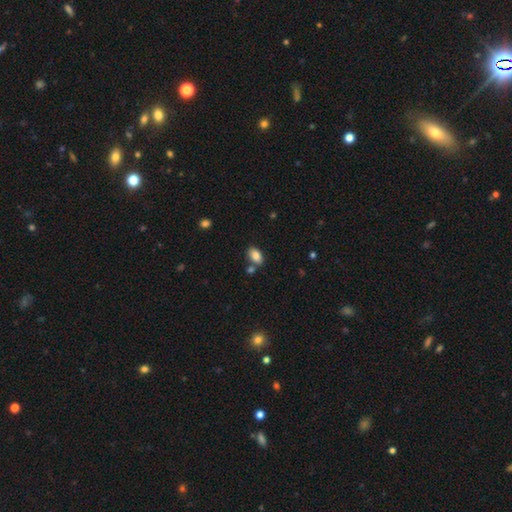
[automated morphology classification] This appears to be a smooth galaxy with no disk features (84%) that is in between round and cigar-shaped (91%). Merging: none (71%).